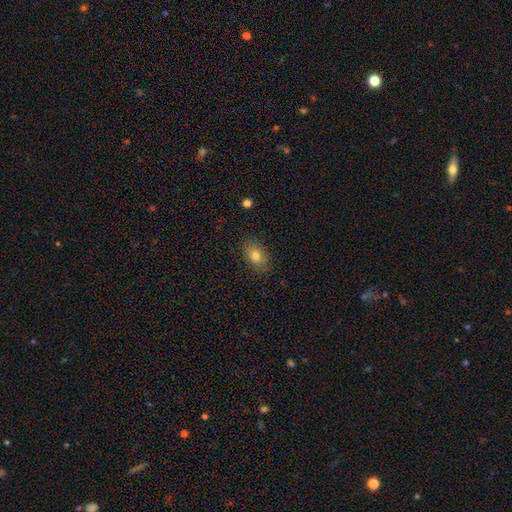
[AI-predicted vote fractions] The model was most divided on "how rounded": in between: 79%, round: 20%, cigar-shaped: 2%. More confident: merging — none (85%); smooth or featured — smooth (79%).